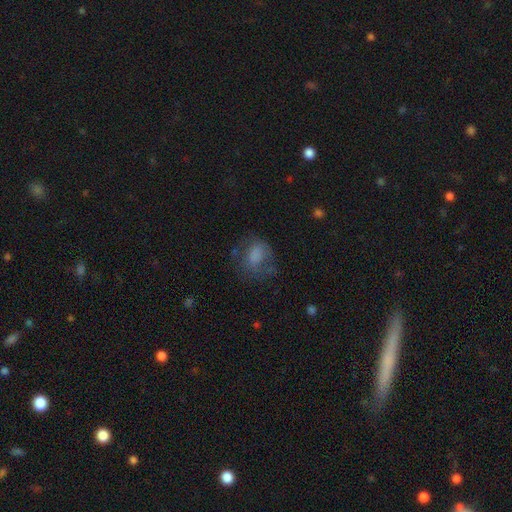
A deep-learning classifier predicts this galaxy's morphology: A smooth galaxy with no disk features (64%) that is in between round and cigar-shaped (56%).

Vote fractions:
- Smooth or featured? smooth: 64% / featured or disk: 24% / star or artifact: 12%
- How rounded? in between: 56% / round: 43% / cigar-shaped: 1%
- Merging? none: 44% / major disturbance: 29% / minor disturbance: 25% / merger: 3%